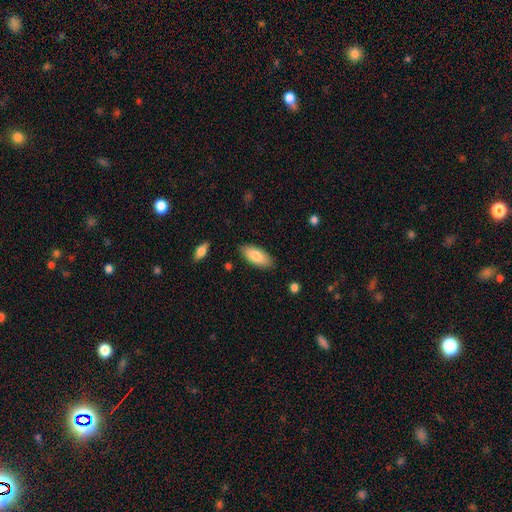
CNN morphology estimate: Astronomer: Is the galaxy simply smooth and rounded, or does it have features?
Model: smooth — 83%.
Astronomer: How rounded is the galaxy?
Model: in between — 85%.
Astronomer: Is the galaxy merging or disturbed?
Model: none — 86%.